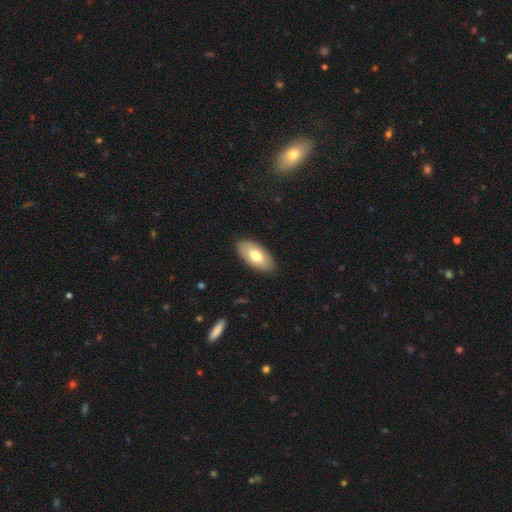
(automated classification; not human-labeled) Smooth or featured? smooth (71%)
How rounded? in between (93%)
Merging? none (87%)